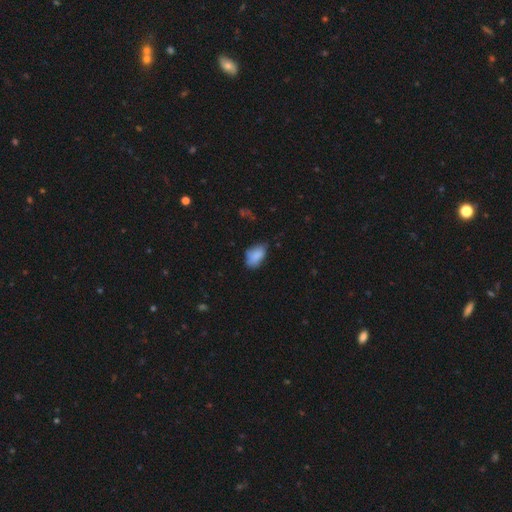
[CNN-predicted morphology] This is clearly a smooth galaxy (84%). How rounded: clearly in between (90%). Merging: possibly none (54%).